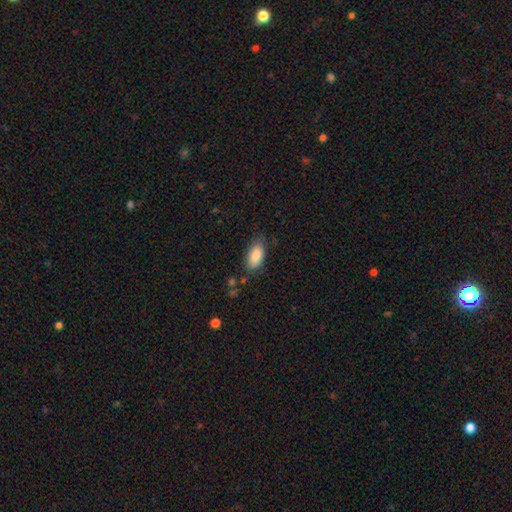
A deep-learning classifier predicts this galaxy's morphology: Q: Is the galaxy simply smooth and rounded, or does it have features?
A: smooth — 86%.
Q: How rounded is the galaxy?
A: in between — 91%.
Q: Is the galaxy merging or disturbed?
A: none — 73%.